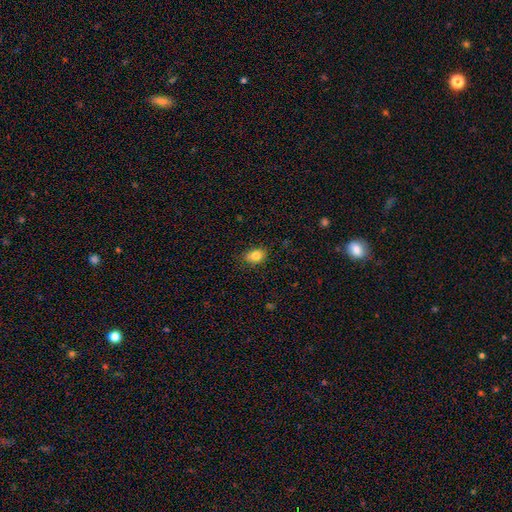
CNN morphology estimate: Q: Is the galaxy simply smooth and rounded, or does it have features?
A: smooth — 83%.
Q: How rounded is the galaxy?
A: in between — 72%.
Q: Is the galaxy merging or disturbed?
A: none — 82%.